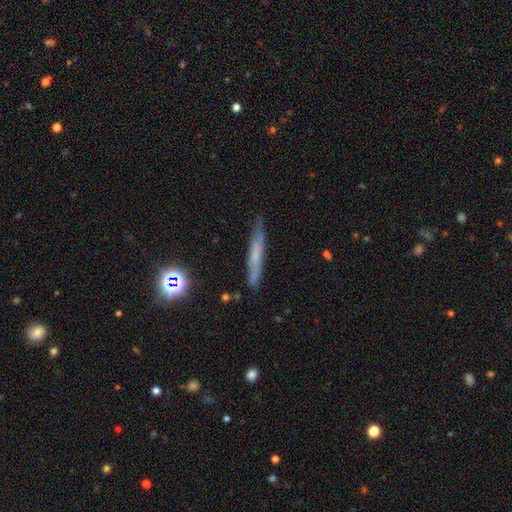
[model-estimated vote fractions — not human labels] Smooth or featured: smooth — 49% (featured or disk — 38%)
Merging: none — 82% (minor disturbance — 13%)